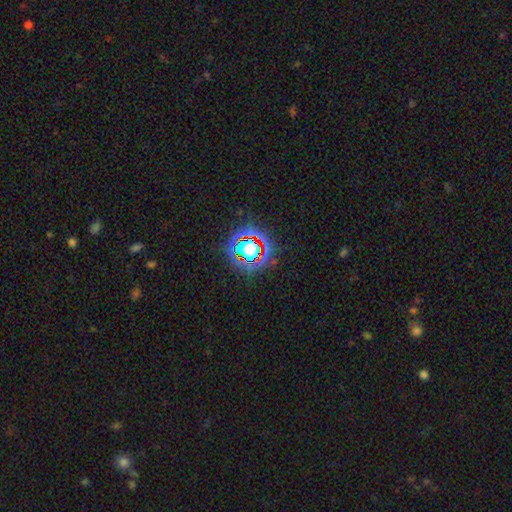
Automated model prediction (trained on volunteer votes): star or artifact 79%, smooth 13%, featured or disk 8%.